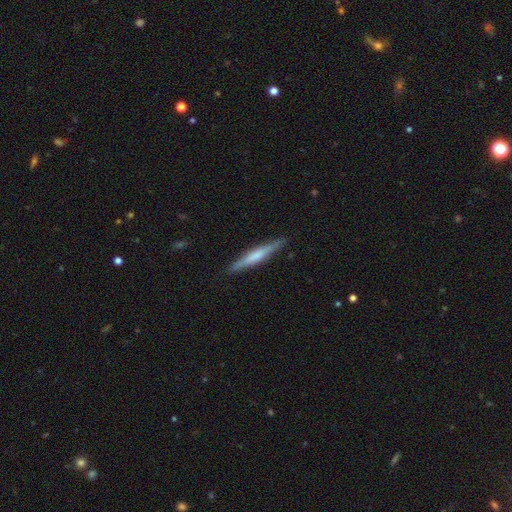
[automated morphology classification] featured or disk 54%, smooth 41%, star or artifact 5%. Down the decision tree: edge-on disk — yes (97%); edge-on bulge — rounded (43%); merging — none (91%).